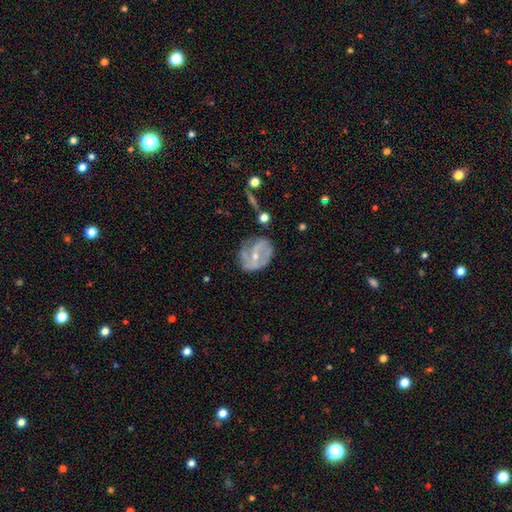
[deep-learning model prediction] This is likely a featured or disk galaxy (72%). It is clearly not viewed edge-on (96%). Bar: marginally no (39%, tied with weak). Spiral arm pattern: likely yes (75%). Spiral arm count: possibly 2 (55%). Spiral winding: marginally medium (40%). Central bulge: possibly small (57%). Merging: possibly none (52%).